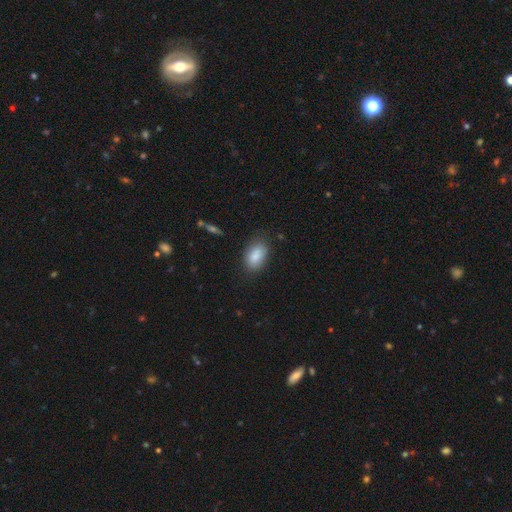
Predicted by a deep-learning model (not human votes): Smooth or featured?
  - smooth: 87% *
  - star or artifact: 7%
  - featured or disk: 6%
How rounded?
  - in between: 90% *
  - round: 8%
  - cigar-shaped: 2%
Merging?
  - none: 79% *
  - minor disturbance: 15%
  - major disturbance: 4%
  - merger: 1%